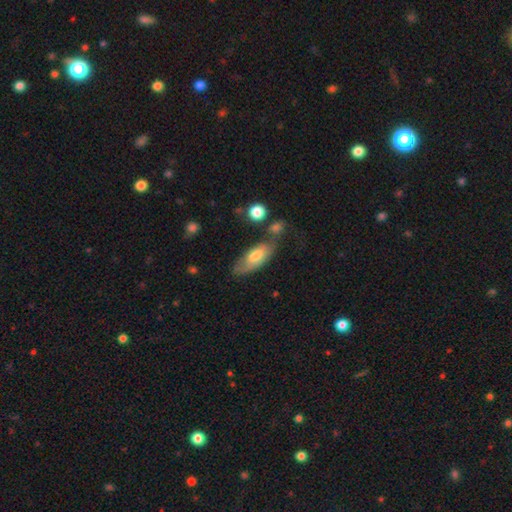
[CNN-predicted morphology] Smooth or featured? Predicted: smooth (p=0.62). How rounded? Predicted: in between (p=0.78). Merging? Predicted: none (p=0.54).